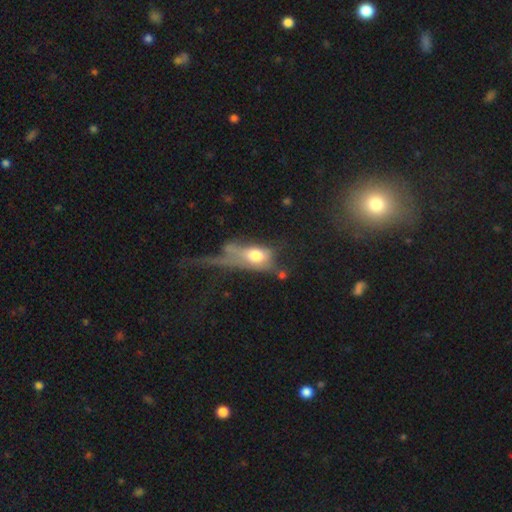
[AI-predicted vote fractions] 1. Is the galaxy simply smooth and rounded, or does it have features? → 57% smooth, 34% featured or disk, 9% star or artifact.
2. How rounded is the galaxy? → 76% in between, 12% cigar-shaped, 12% round.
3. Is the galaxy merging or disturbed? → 57% major disturbance, 15% none, 14% minor disturbance, 13% merger.